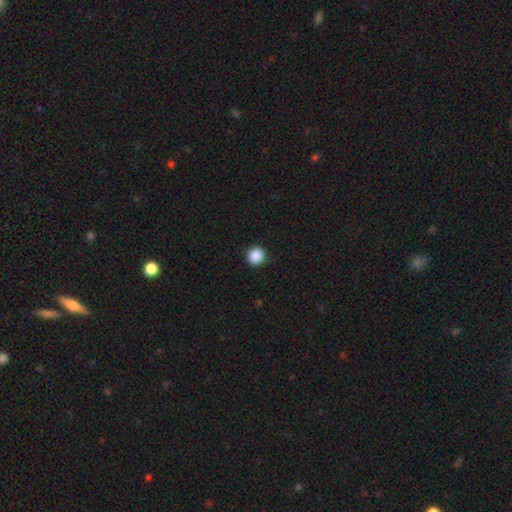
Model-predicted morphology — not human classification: smooth-or-featured: smooth: 89% | star or artifact: 9% | featured or disk: 2%
  how-rounded: round: 94% | in between: 5% | cigar-shaped: 1%
  merging: none: 92% | minor disturbance: 6% | major disturbance: 2% | merger: 1%